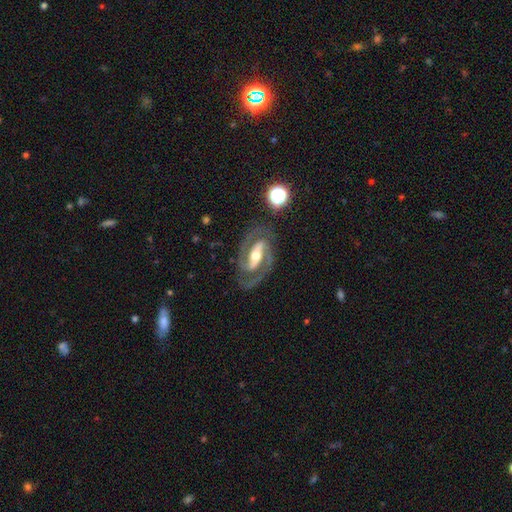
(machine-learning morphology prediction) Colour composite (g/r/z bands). It shows a featured or disk galaxy (91%) with a strong bar (63%), 2 (93%) medium (54%) spiral arms (97%) and a moderate central bulge (66%). Merging: none (81%).